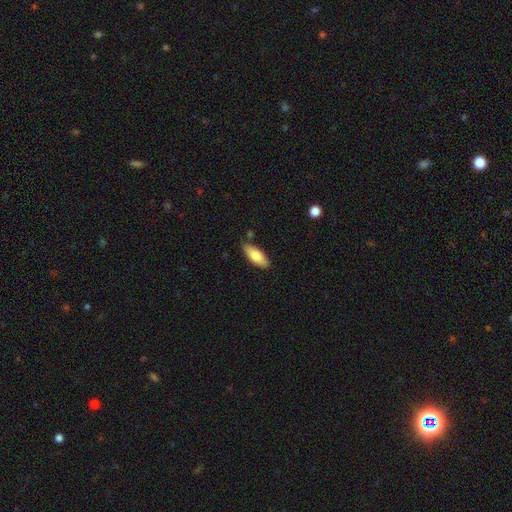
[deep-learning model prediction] Q: Smooth or featured?
A: smooth (77%); runner-up: featured or disk (17%)
Q: How rounded?
A: in between (74%); runner-up: cigar-shaped (24%)
Q: Merging?
A: none (82%); runner-up: minor disturbance (13%)